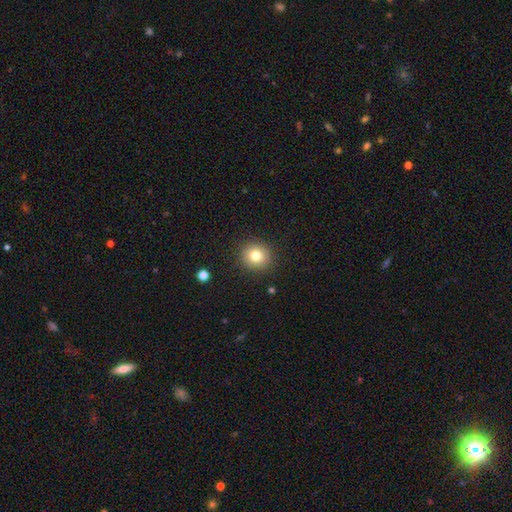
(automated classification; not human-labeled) A smooth galaxy with no disk features (79%) that is round (91%). Merging: none (90%).